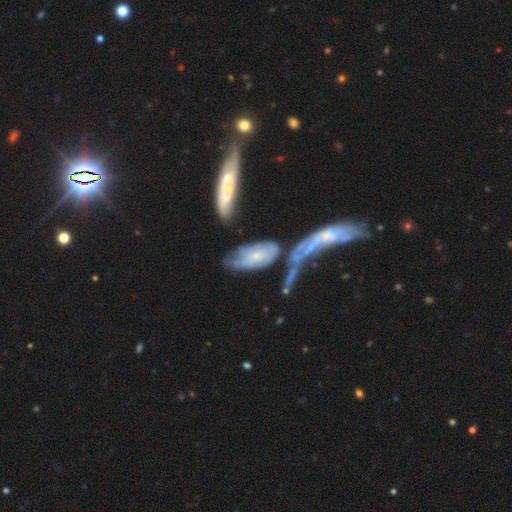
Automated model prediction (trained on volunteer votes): featured or disk 56%, smooth 37%, star or artifact 7%. Down the decision tree: edge-on disk — no (86%); merging — merger (32%).